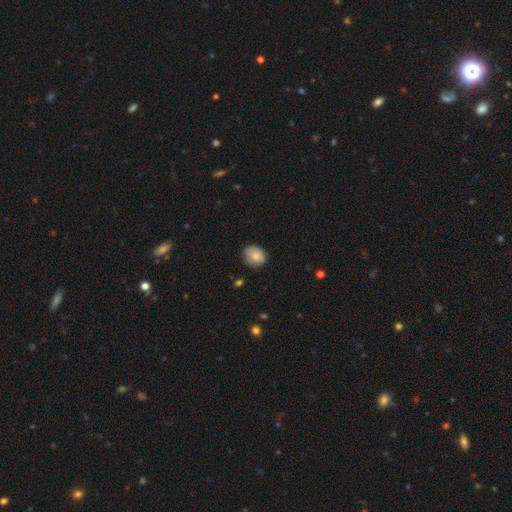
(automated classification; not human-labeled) This is clearly a smooth galaxy (84%). How rounded: likely round (70%). Merging: clearly none (81%).